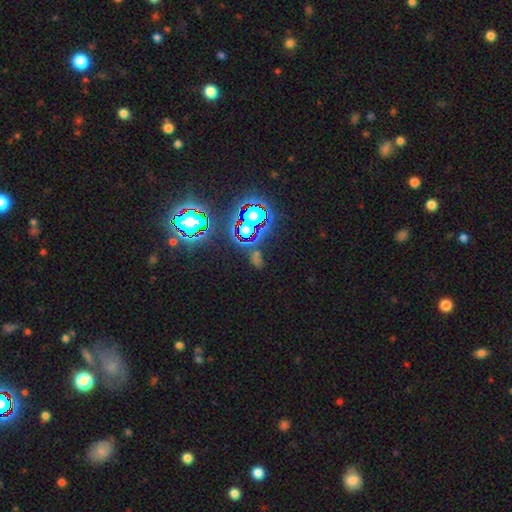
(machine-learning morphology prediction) Smooth or featured? Predicted: star or artifact (p=0.69).